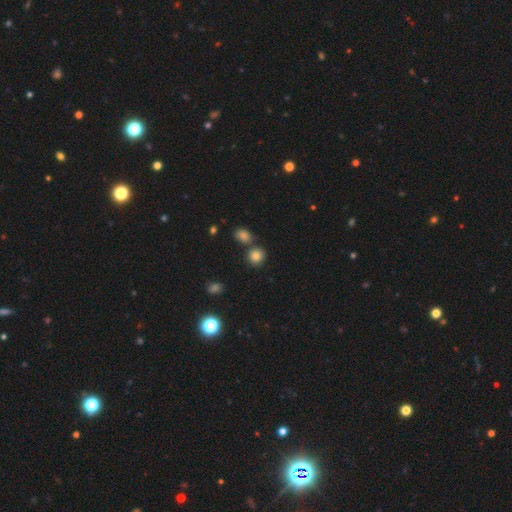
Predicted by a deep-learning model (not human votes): smooth 83%, star or artifact 11%, featured or disk 6%. Down the decision tree: how rounded — round (83%); merging — none (68%).